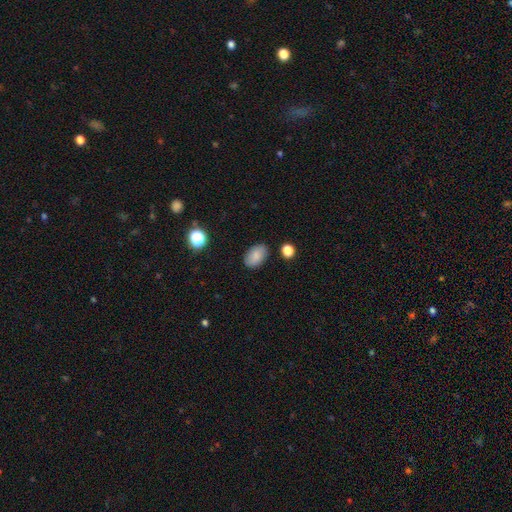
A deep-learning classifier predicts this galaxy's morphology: Smooth or featured?
  - smooth: 84% *
  - star or artifact: 8%
  - featured or disk: 7%
How rounded?
  - in between: 89% *
  - round: 10%
  - cigar-shaped: 1%
Merging?
  - none: 84% *
  - minor disturbance: 11%
  - major disturbance: 3%
  - merger: 2%